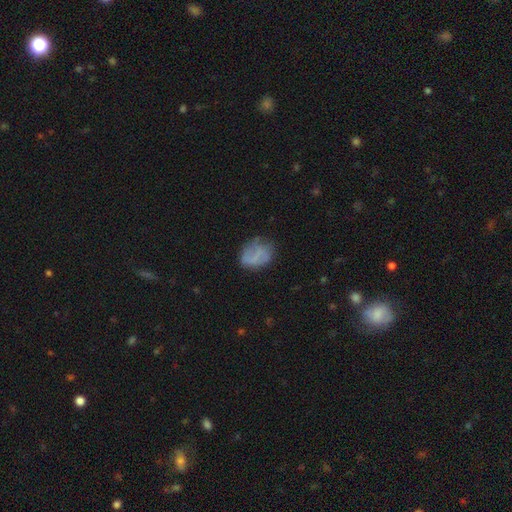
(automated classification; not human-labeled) This appears to be a smooth galaxy with no disk features (57%) that is in between round and cigar-shaped (63%). Merging: none (58%).